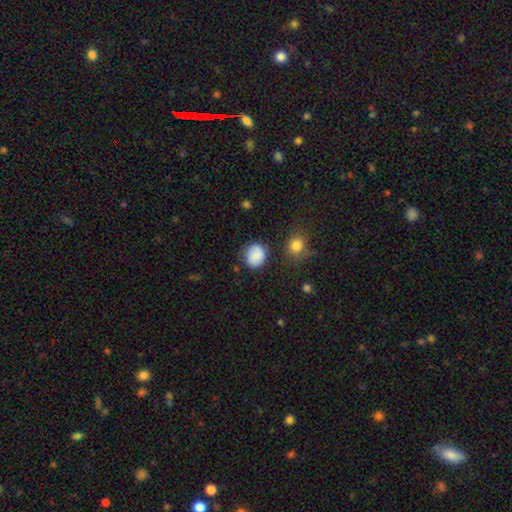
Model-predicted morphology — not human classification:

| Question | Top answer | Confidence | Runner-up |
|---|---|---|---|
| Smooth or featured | smooth | 81% | featured or disk (11%) |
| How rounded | round | 76% | in between (23%) |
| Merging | none | 76% | minor disturbance (16%) |